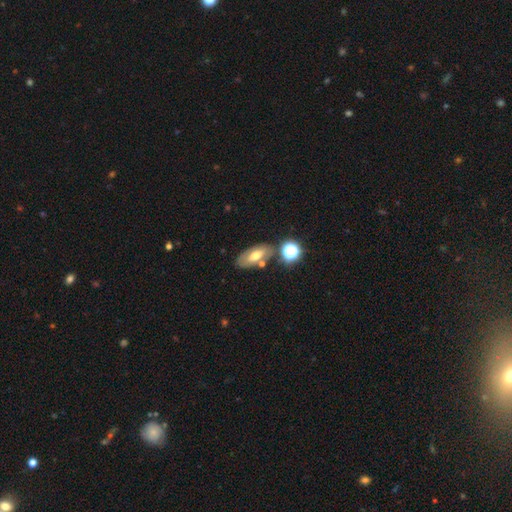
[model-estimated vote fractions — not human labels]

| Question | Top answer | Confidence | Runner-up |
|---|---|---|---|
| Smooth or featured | smooth | 49% | featured or disk (39%) |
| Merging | none | 67% | minor disturbance (15%) |